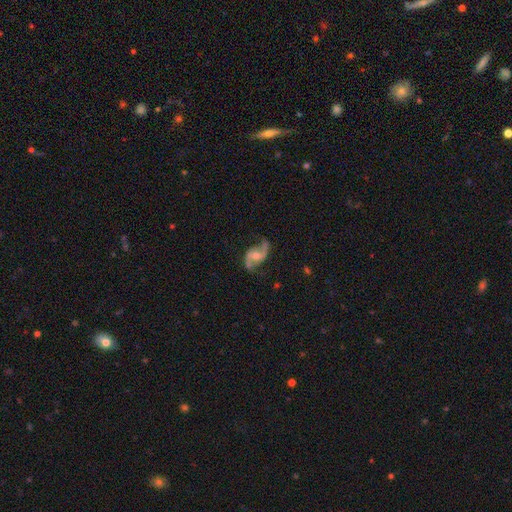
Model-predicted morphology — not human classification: featured or disk 88%, smooth 7%, star or artifact 5%. Down the decision tree: edge-on disk — no (97%); bar — no (46%); spiral arms — yes (96%); spiral arm count — 2 (93%); spiral winding — loose (64%); bulge size — moderate (57%); merging — none (72%).